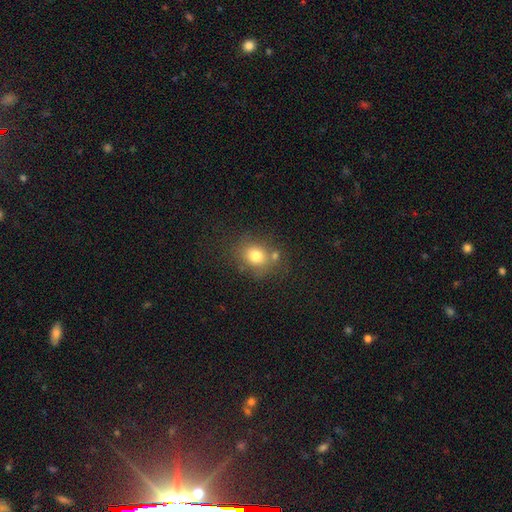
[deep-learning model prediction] Smooth or featured?
  - smooth: 77% *
  - star or artifact: 13%
  - featured or disk: 11%
How rounded?
  - round: 66% *
  - in between: 33%
  - cigar-shaped: 1%
Merging?
  - none: 63% *
  - merger: 18%
  - minor disturbance: 14%
  - major disturbance: 5%